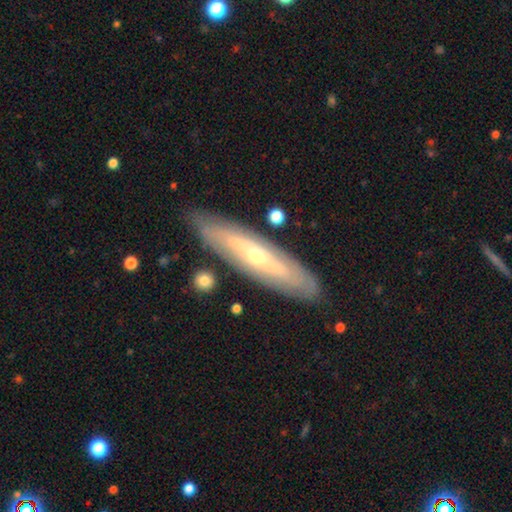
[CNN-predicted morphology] type=featured or disk (66%); edge-on=no (57%); merging=none (82%).